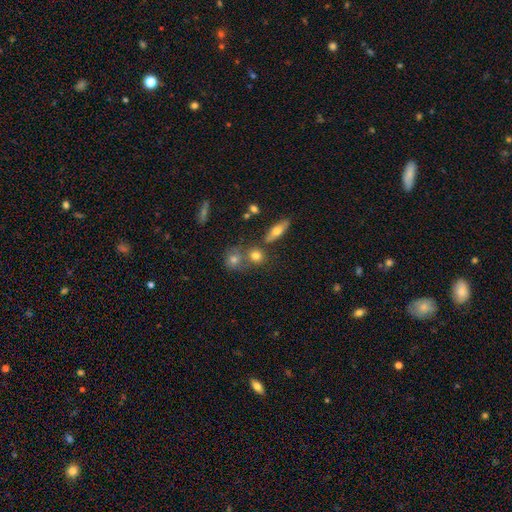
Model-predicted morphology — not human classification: Q: Smooth or featured?
A: smooth (73%); runner-up: featured or disk (15%)
Q: How rounded?
A: round (71%); runner-up: in between (25%)
Q: Merging?
A: none (58%); runner-up: merger (27%)